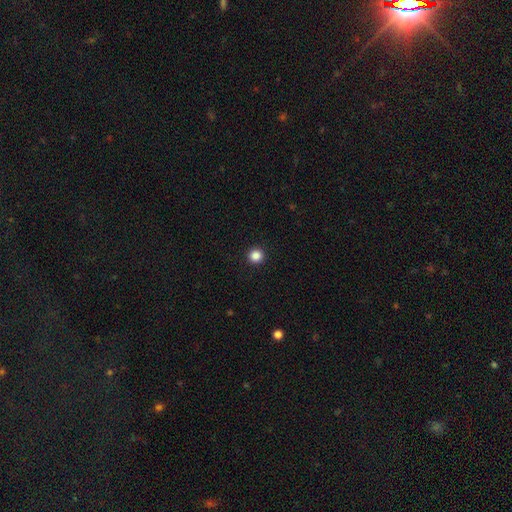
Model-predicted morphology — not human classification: smooth-or-featured: smooth: 86% | star or artifact: 11% | featured or disk: 3%
  how-rounded: round: 95% | in between: 4% | cigar-shaped: 1%
  merging: none: 94% | minor disturbance: 4% | major disturbance: 1% | merger: 1%